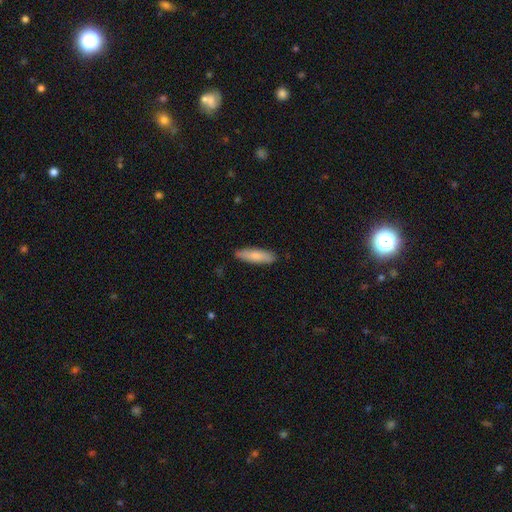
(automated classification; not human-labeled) Morphology: type=smooth (80%); roundness=cigar-shaped (57%); merging=none (87%).